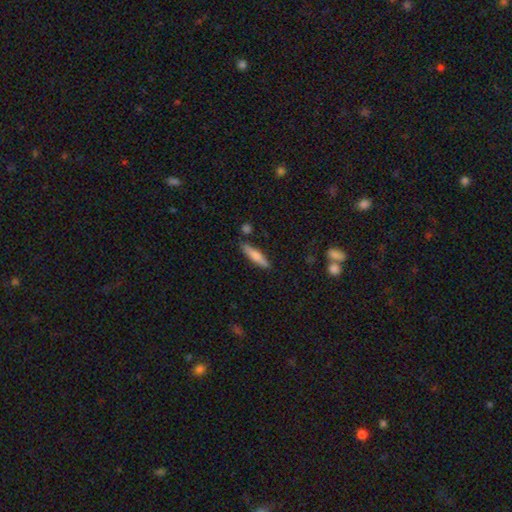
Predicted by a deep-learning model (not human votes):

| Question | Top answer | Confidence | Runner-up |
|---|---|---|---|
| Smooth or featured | smooth | 68% | featured or disk (26%) |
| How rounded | cigar-shaped | 84% | in between (14%) |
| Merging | none | 83% | minor disturbance (11%) |